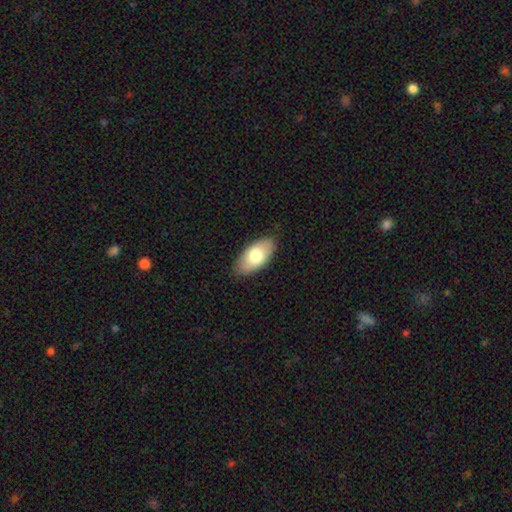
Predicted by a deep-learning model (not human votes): smooth-or-featured: smooth: 78% | featured or disk: 16% | star or artifact: 6%
  how-rounded: in between: 94% | cigar-shaped: 4% | round: 2%
  merging: none: 84% | minor disturbance: 13% | major disturbance: 2% | merger: 1%